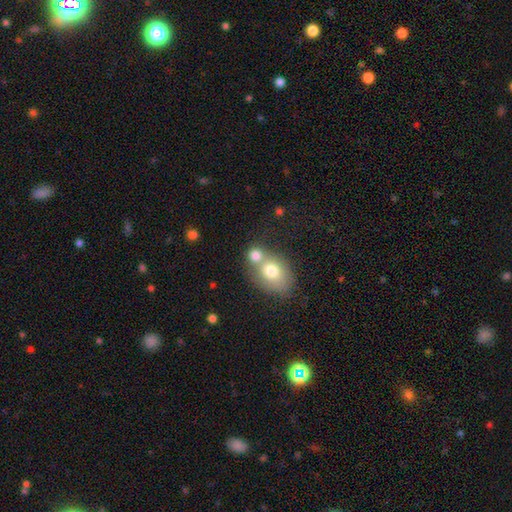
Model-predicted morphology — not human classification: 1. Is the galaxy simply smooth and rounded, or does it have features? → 77% smooth, 14% featured or disk, 10% star or artifact.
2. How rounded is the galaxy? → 62% round, 36% in between, 1% cigar-shaped.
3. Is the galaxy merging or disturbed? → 57% merger, 32% none, 7% minor disturbance, 4% major disturbance.